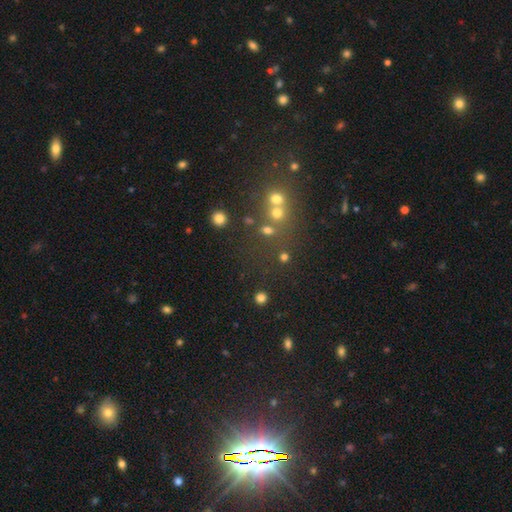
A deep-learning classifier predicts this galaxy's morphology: type=star or artifact (65%).